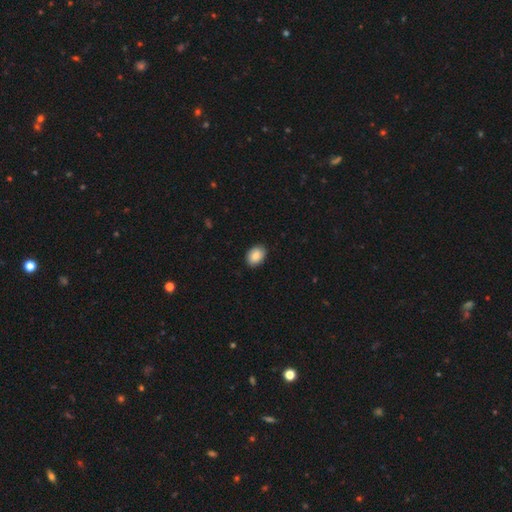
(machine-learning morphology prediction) type=smooth (85%); roundness=in between (77%); merging=none (87%).